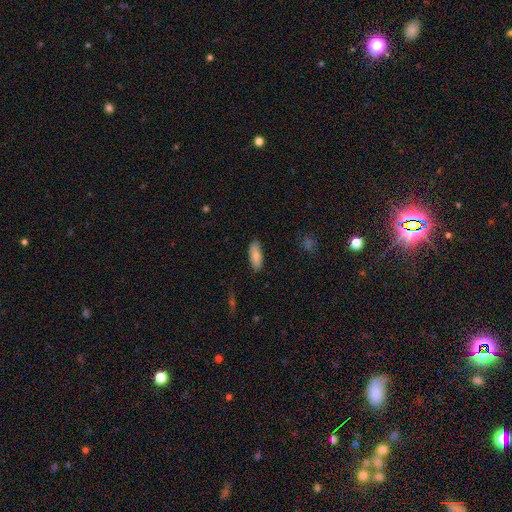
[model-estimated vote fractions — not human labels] A smooth galaxy with no disk features (87%) that is in between round and cigar-shaped (74%).

Vote fractions:
- Smooth or featured? smooth: 87% / featured or disk: 7% / star or artifact: 6%
- How rounded? in between: 74% / cigar-shaped: 24% / round: 2%
- Merging? none: 85% / minor disturbance: 11% / major disturbance: 2% / merger: 1%